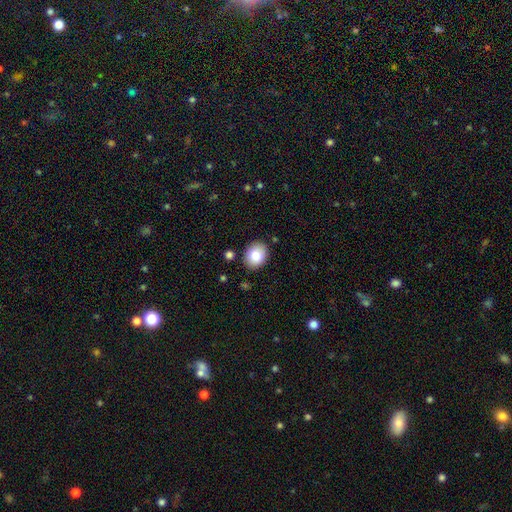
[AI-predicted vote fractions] Smooth or featured? Predicted: smooth (p=0.83). How rounded? Predicted: in between (p=0.54). Merging? Predicted: none (p=0.87).